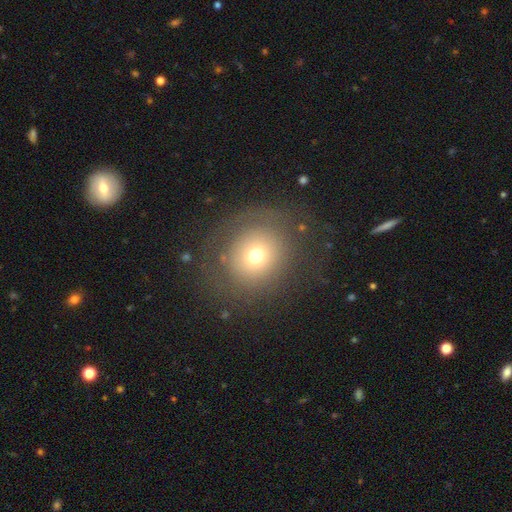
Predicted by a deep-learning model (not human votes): The model was most divided on "smooth or featured": smooth: 63%, featured or disk: 22%, star or artifact: 15%. More confident: how rounded — round (86%); merging — none (73%).